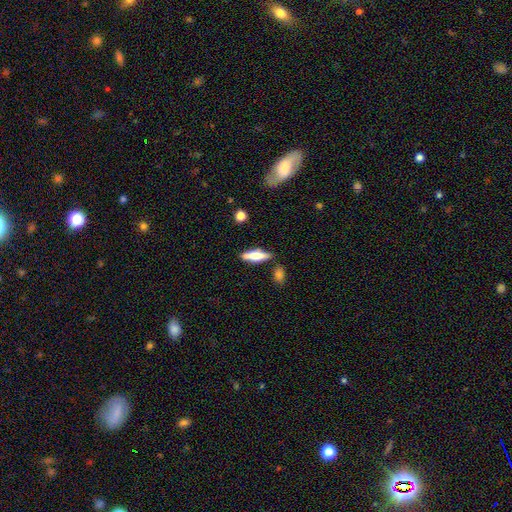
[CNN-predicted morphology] Q: Smooth or featured?
A: smooth (58%); runner-up: featured or disk (35%)
Q: How rounded?
A: cigar-shaped (61%); runner-up: in between (37%)
Q: Merging?
A: none (72%); runner-up: minor disturbance (15%)